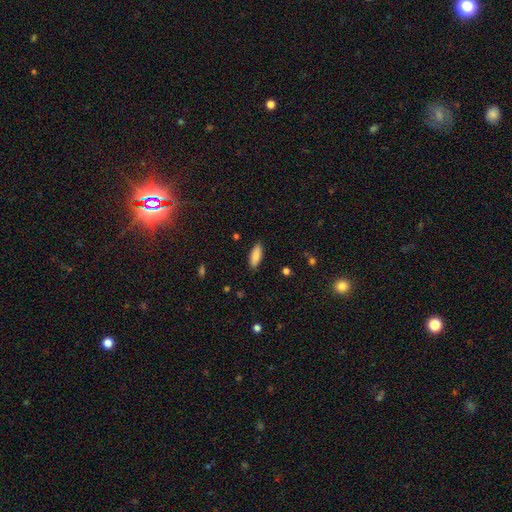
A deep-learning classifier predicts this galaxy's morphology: Smooth or featured: smooth — 87% (featured or disk — 7%)
How rounded: in between — 75% (cigar-shaped — 23%)
Merging: none — 88% (minor disturbance — 9%)